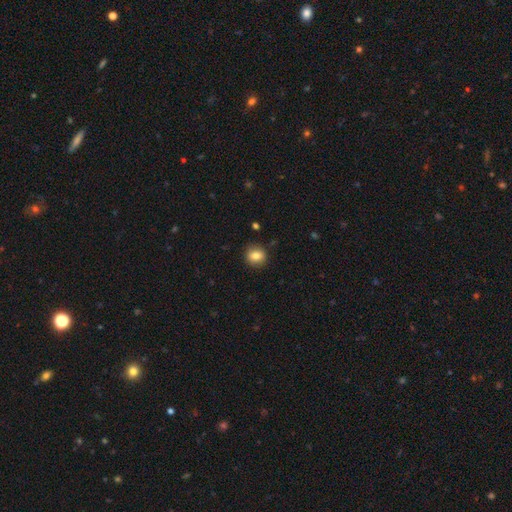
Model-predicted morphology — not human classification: smooth_or_featured: smooth (p=0.84) [alt: star or artifact p=0.09]
how_rounded: round (p=0.75) [alt: in between p=0.24]
merging: none (p=0.89) [alt: minor disturbance p=0.08]